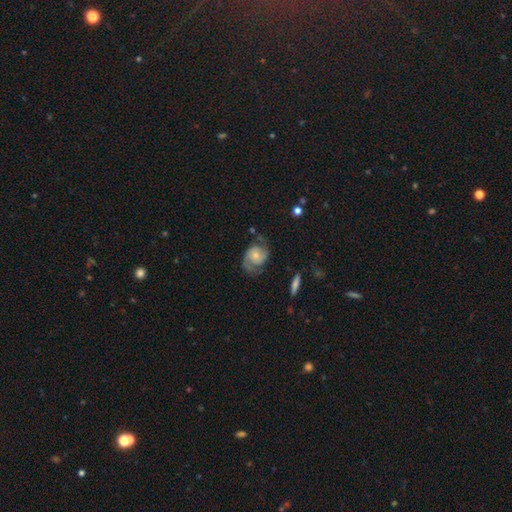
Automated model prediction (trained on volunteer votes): Smooth or featured?
  - featured or disk: 78% *
  - smooth: 15%
  - star or artifact: 6%
Edge-on disk?
  - no: 97% *
  - yes: 3%
Bar?
  - no: 70% *
  - weak: 24%
  - strong: 5%
Spiral arms?
  - yes: 94% *
  - no: 6%
Spiral winding?
  - medium: 46% *
  - tight: 31%
  - loose: 24%
Spiral arm count?
  - 2: 85% *
  - can't tell: 6%
  - 1: 5%
  - 3: 2%
  - 4: 1%
  - more than 4: 1%
Bulge size?
  - small: 53% *
  - moderate: 39%
  - large: 3%
  - none: 3%
  - dominant: 1%
Merging?
  - none: 63% *
  - minor disturbance: 21%
  - major disturbance: 14%
  - merger: 2%